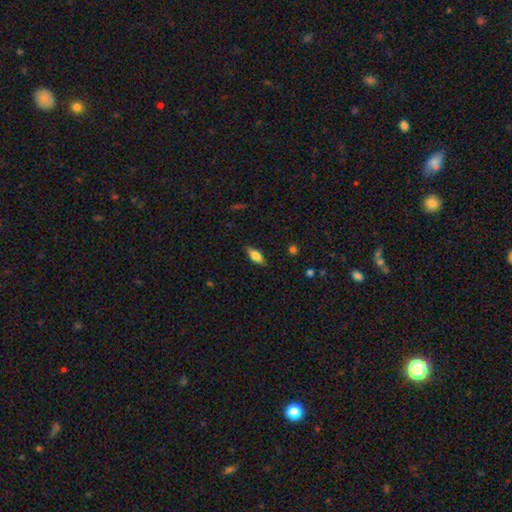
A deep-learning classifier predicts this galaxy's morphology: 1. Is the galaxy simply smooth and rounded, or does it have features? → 73% smooth, 20% featured or disk, 7% star or artifact.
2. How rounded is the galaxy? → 74% in between, 23% cigar-shaped, 3% round.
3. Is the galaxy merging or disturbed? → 85% none, 11% minor disturbance, 2% major disturbance, 1% merger.